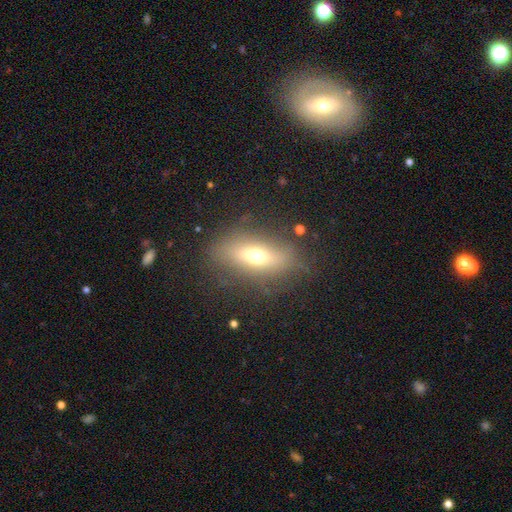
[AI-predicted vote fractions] Q: Smooth or featured?
A: smooth (54%); runner-up: featured or disk (35%)
Q: How rounded?
A: in between (67%); runner-up: cigar-shaped (22%)
Q: Merging?
A: none (79%); runner-up: minor disturbance (13%)